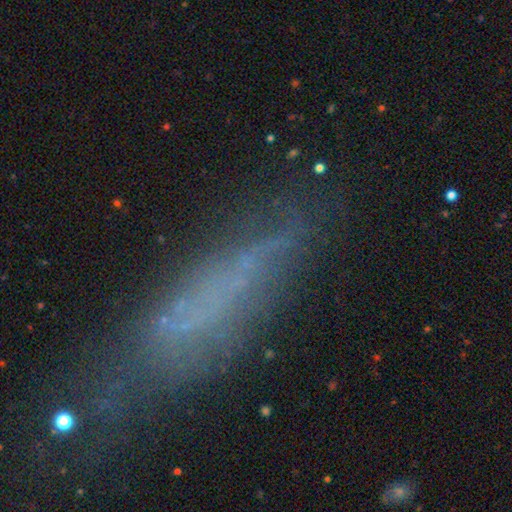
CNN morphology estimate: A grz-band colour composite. It shows a featured or disk galaxy (41%). Merging: none (64%).